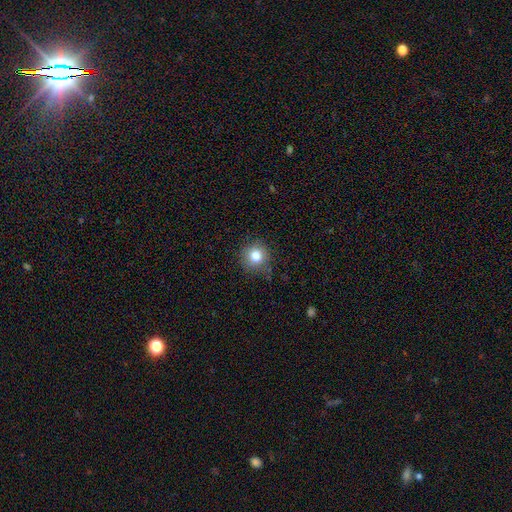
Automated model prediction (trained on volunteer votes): A smooth galaxy with no disk features (81%) that is round (92%). Merging: none (85%).